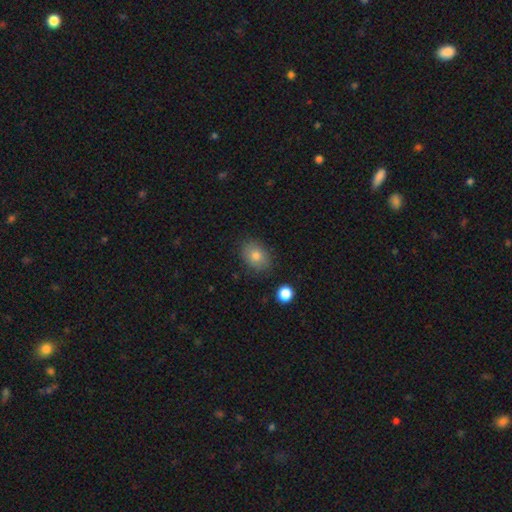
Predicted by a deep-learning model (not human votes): Smooth or featured? smooth (80%)
How rounded? in between (60%)
Merging? none (86%)